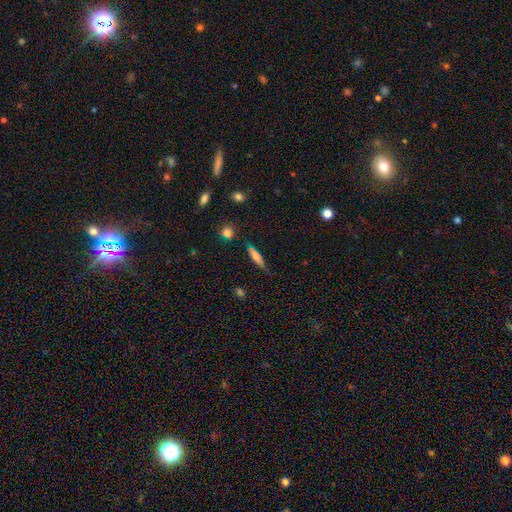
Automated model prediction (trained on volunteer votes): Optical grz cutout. It shows a smooth galaxy with no disk features (57%) that is cigar-shaped (75%). Merging: none (71%).